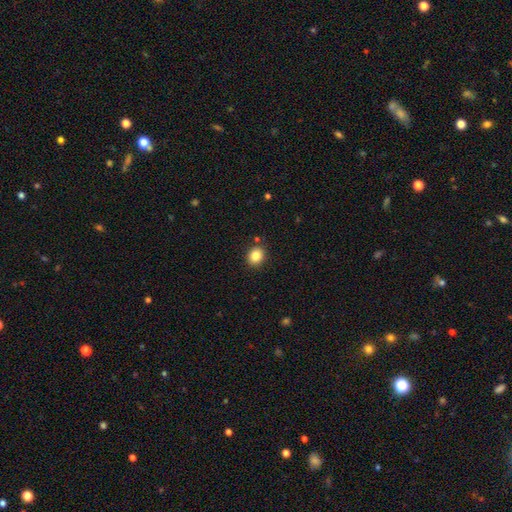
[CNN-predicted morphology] Smooth or featured: smooth — 84% (star or artifact — 10%)
How rounded: round — 66% (in between — 34%)
Merging: none — 88% (minor disturbance — 8%)